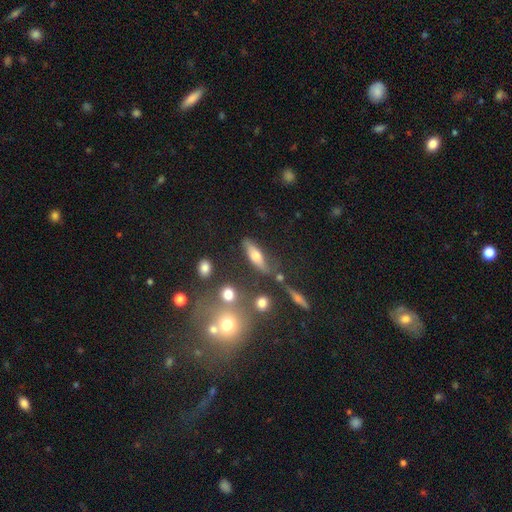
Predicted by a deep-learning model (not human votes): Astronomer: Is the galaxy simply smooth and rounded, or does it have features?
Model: smooth — 50% (runner-up: featured or disk, 37%).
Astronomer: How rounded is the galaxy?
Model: cigar-shaped — 49% (runner-up: in between, 43%).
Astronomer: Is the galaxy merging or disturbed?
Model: none — 68%.